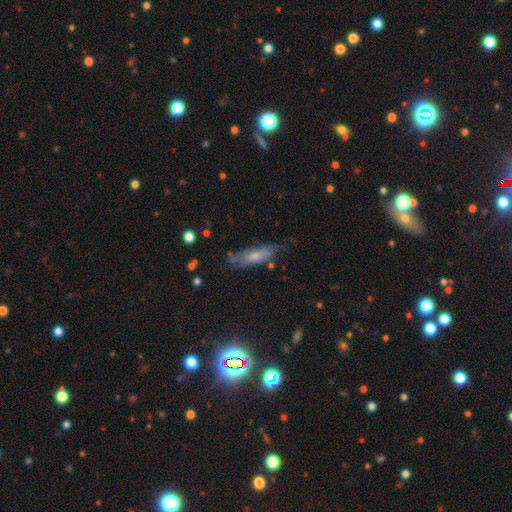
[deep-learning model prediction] A smooth galaxy with no disk features (59%) that is cigar-shaped (52%). Merging: none (58%).